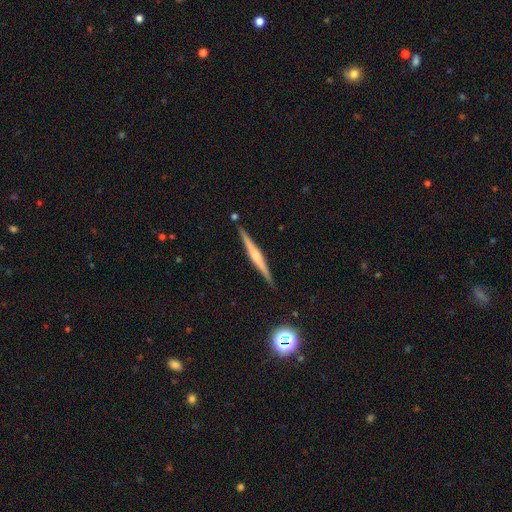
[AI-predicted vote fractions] Morphology: type=featured or disk (69%); edge-on=yes (98%); edge-on bulge=rounded (65%); merging=none (90%).